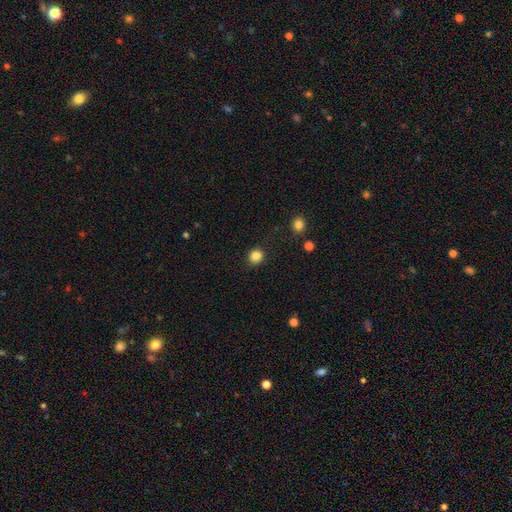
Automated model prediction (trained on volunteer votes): This appears to be a smooth galaxy with no disk features (85%) that is round (83%). Merging: none (88%).